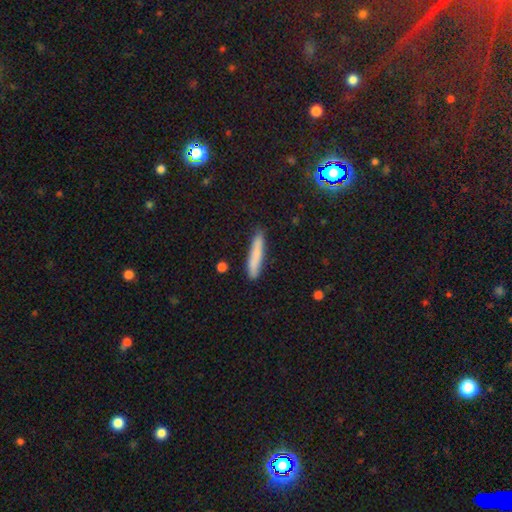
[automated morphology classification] The model was most divided on "smooth or featured": smooth: 77%, featured or disk: 15%, star or artifact: 8%. More confident: how rounded — cigar-shaped (92%); merging — none (85%).